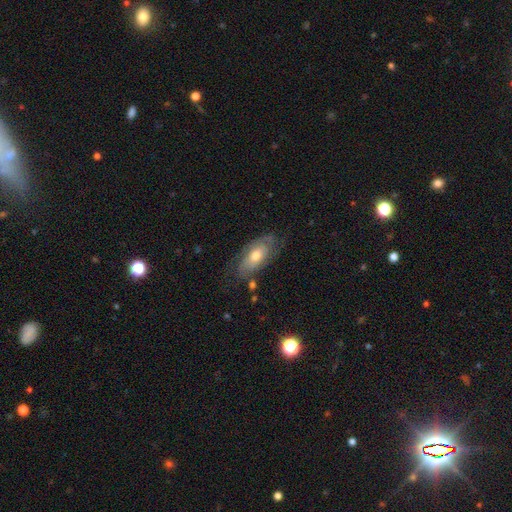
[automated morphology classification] featured or disk 53%, smooth 41%, star or artifact 6%. Down the decision tree: edge-on disk — no (85%); merging — none (66%).